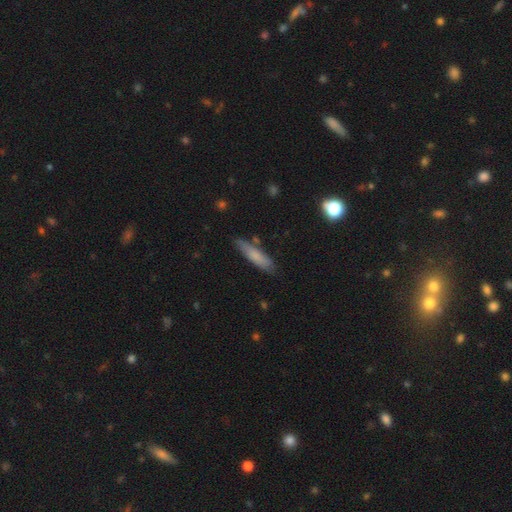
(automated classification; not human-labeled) A smooth galaxy with no disk features (74%) that is cigar-shaped (78%).

Vote fractions:
- Smooth or featured? smooth: 74% / featured or disk: 20% / star or artifact: 6%
- How rounded? cigar-shaped: 78% / in between: 20% / round: 2%
- Merging? none: 79% / minor disturbance: 15% / merger: 3% / major disturbance: 3%